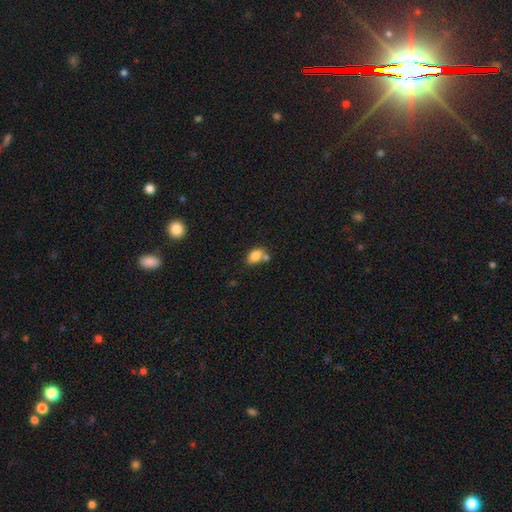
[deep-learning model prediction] Q: Smooth or featured?
A: smooth (82%); runner-up: featured or disk (9%)
Q: How rounded?
A: in between (85%); runner-up: round (13%)
Q: Merging?
A: none (50%); runner-up: merger (30%)